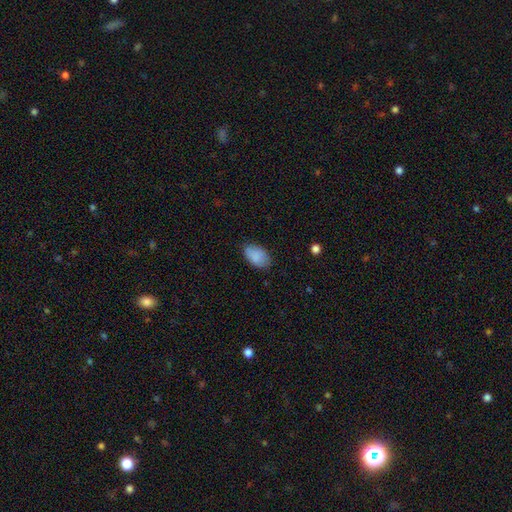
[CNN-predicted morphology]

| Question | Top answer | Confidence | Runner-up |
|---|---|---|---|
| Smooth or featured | smooth | 87% | star or artifact (7%) |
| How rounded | in between | 92% | round (7%) |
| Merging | none | 75% | minor disturbance (20%) |